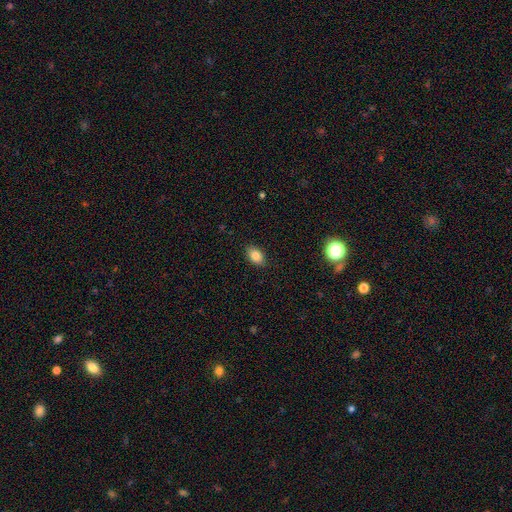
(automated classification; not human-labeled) A smooth galaxy with no disk features (84%) that is in between round and cigar-shaped (87%). Merging: none (88%).